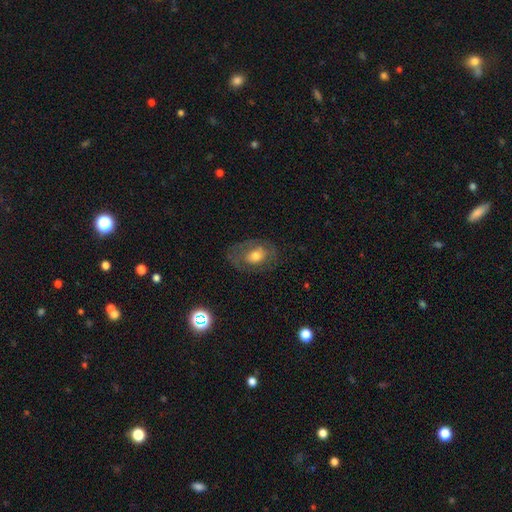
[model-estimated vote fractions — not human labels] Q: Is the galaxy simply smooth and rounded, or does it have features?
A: smooth — 51%.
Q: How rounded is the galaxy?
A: in between — 68%.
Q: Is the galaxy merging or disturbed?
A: none — 67%.